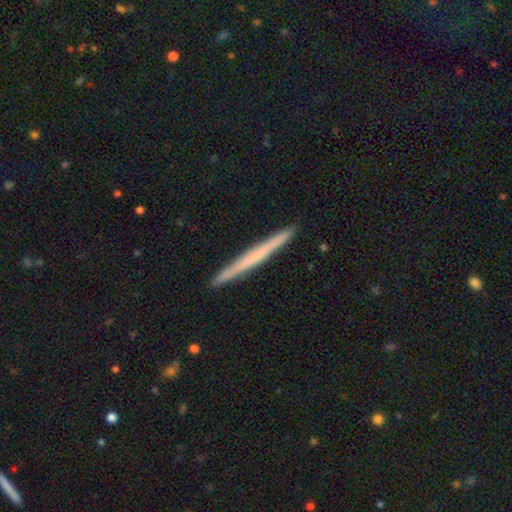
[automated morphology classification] Smooth or featured: smooth — 50% (featured or disk — 44%)
Merging: none — 93% (minor disturbance — 5%)